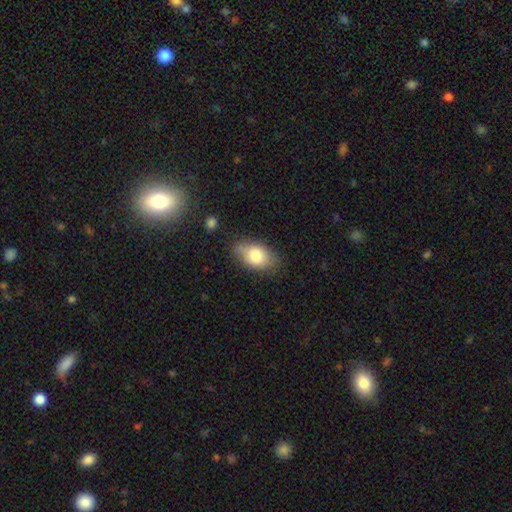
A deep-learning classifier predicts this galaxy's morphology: smooth_or_featured: smooth (p=0.78) [alt: featured or disk p=0.15]
how_rounded: in between (p=0.89) [alt: round p=0.08]
merging: none (p=0.71) [alt: minor disturbance p=0.21]